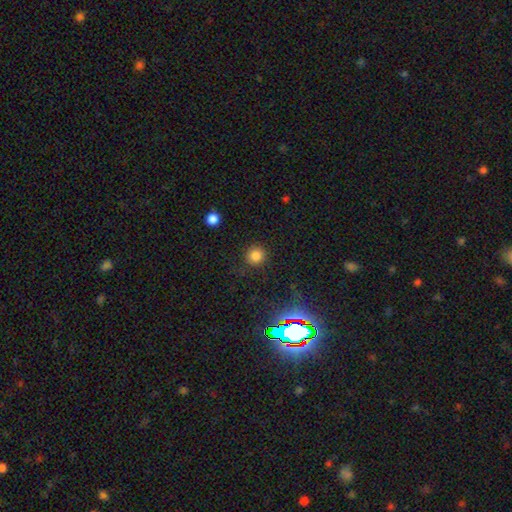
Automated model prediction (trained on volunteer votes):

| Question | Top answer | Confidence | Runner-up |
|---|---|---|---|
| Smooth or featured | smooth | 80% | star or artifact (16%) |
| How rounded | round | 91% | in between (7%) |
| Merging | none | 85% | minor disturbance (9%) |